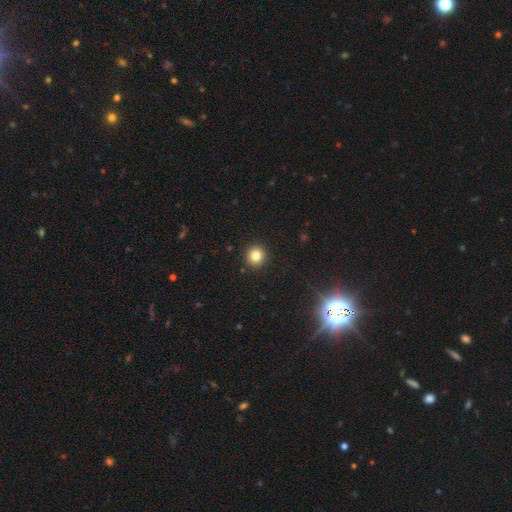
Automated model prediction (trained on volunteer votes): This appears to be a smooth galaxy with no disk features (83%) that is round (92%). Merging: none (91%).